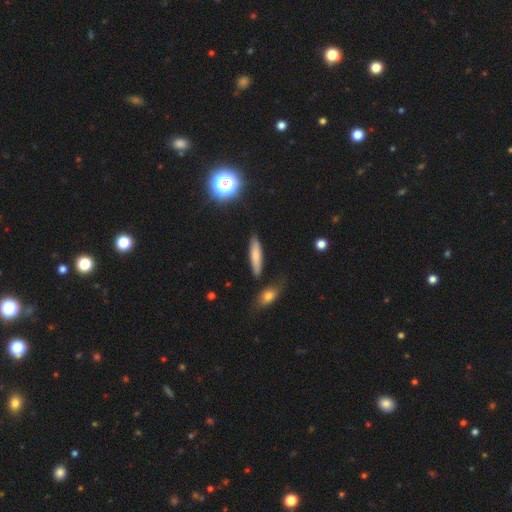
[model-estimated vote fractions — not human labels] Smooth or featured?
  - smooth: 73% *
  - featured or disk: 18%
  - star or artifact: 8%
How rounded?
  - cigar-shaped: 79% *
  - in between: 19%
  - round: 2%
Merging?
  - none: 81% *
  - minor disturbance: 13%
  - merger: 4%
  - major disturbance: 3%